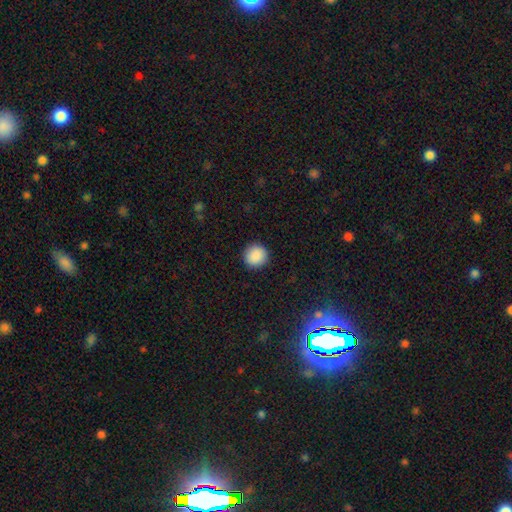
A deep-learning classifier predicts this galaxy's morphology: This appears to be a smooth galaxy with no disk features (89%) that is round (93%). Merging: none (92%).